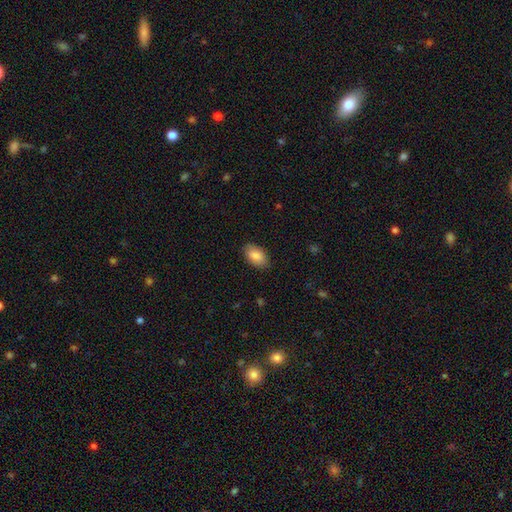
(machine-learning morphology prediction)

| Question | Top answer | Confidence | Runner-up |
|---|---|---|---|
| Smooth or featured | smooth | 87% | featured or disk (7%) |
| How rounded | in between | 94% | round (5%) |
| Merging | none | 87% | minor disturbance (10%) |